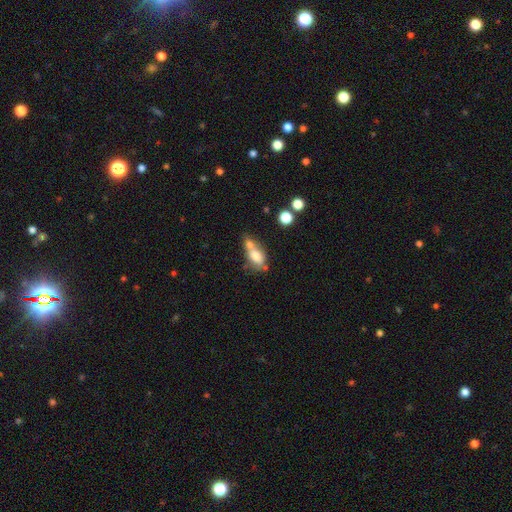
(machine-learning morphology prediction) Overall: smooth (69%). How rounded: in between (77%). Merging: merger (51%; none 28%).